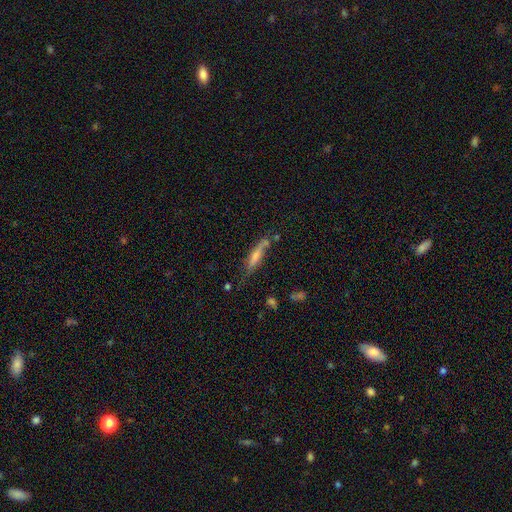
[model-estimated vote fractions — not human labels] Overall: smooth (47%; featured or disk 43%). Merging: none (58%; minor disturbance 24%).